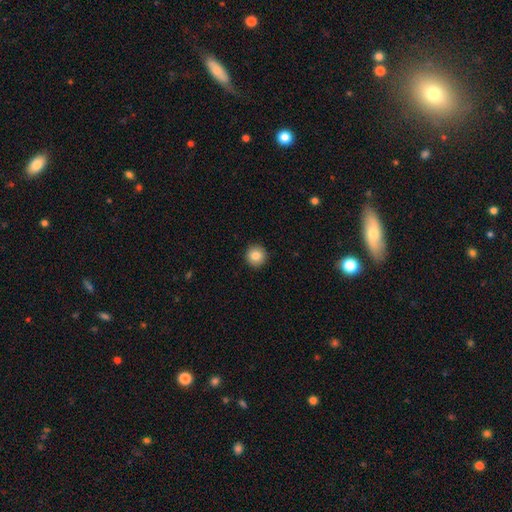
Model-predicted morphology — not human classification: smooth_or_featured: smooth (p=0.84) [alt: star or artifact p=0.09]
how_rounded: round (p=0.95) [alt: in between p=0.04]
merging: none (p=0.93) [alt: minor disturbance p=0.05]